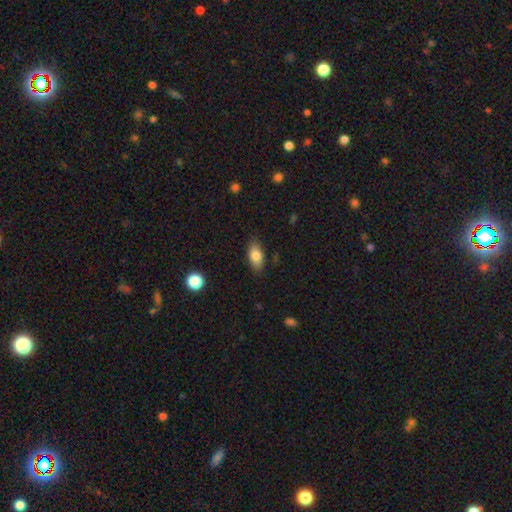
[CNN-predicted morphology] The model was most divided on "smooth or featured": smooth: 80%, featured or disk: 12%, star or artifact: 7%. More confident: how rounded — in between (87%); merging — none (84%).